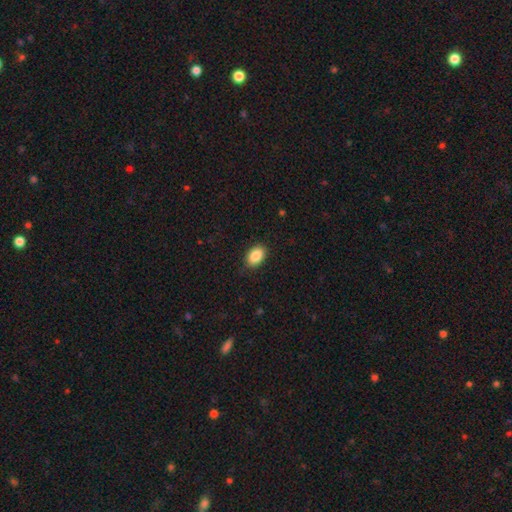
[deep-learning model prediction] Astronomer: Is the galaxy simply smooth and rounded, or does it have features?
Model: smooth — 88%.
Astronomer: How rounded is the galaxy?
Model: in between — 90%.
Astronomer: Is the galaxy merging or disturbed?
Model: none — 87%.